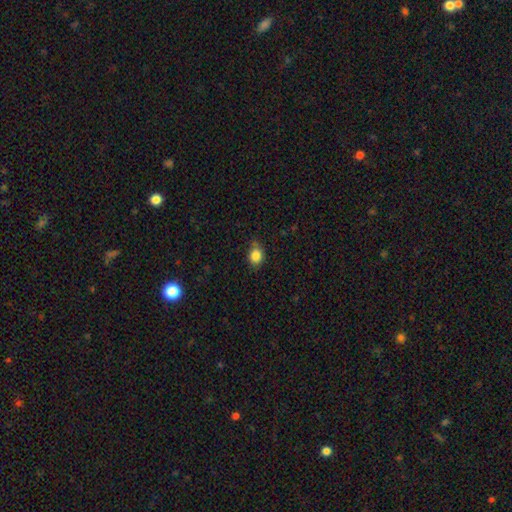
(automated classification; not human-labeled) Overall: smooth (85%). How rounded: round (63%; in between 36%). Merging: none (68%).